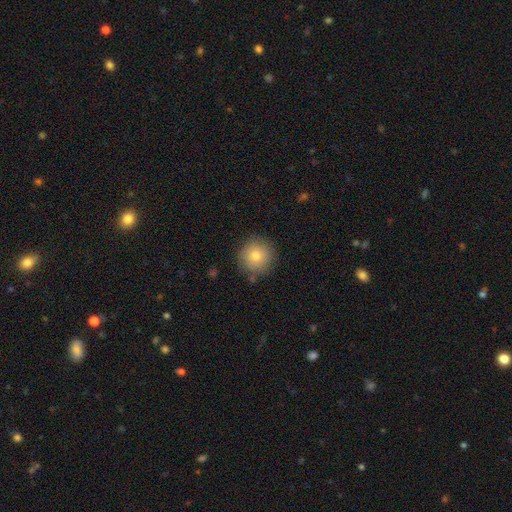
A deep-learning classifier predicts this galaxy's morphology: Smooth or featured?
  - smooth: 82% *
  - star or artifact: 9%
  - featured or disk: 9%
How rounded?
  - round: 94% *
  - in between: 5%
  - cigar-shaped: 1%
Merging?
  - none: 85% *
  - minor disturbance: 10%
  - major disturbance: 3%
  - merger: 2%